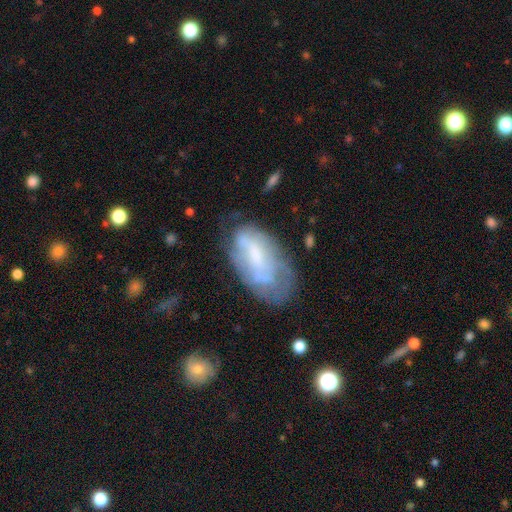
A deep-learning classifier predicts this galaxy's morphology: The model was most divided on "smooth or featured": featured or disk: 52%, smooth: 40%, star or artifact: 8%. Remaining: edge-on disk — no (93%); merging — none (50%).